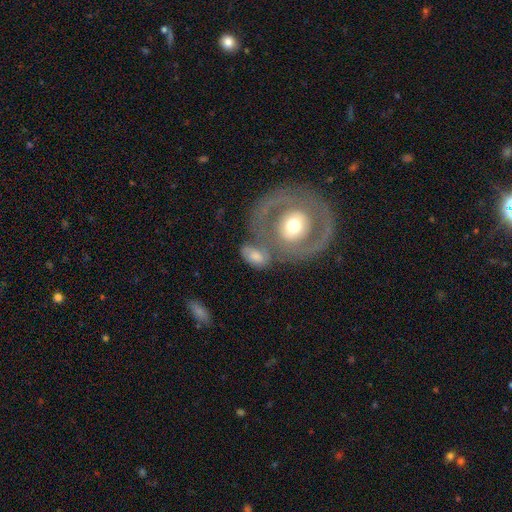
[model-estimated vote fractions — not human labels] smooth_or_featured: smooth (p=0.51) [alt: featured or disk p=0.42]
how_rounded: in between (p=0.73) [alt: round p=0.24]
merging: none (p=0.39) [alt: merger p=0.33]